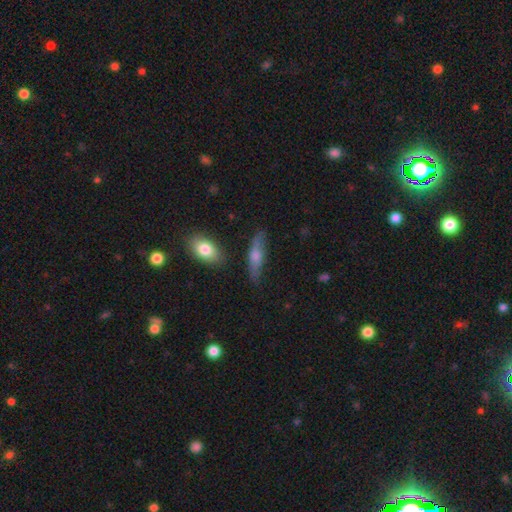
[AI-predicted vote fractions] A featured or disk galaxy (46%). Merging: none (77%).